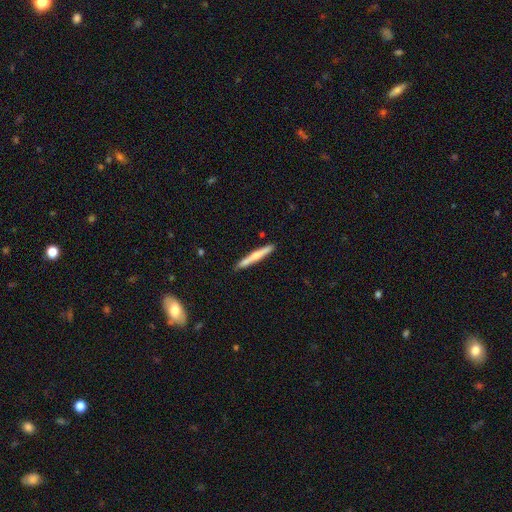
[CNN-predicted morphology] A smooth galaxy with no disk features (54%) that is cigar-shaped (96%). Merging: none (88%).